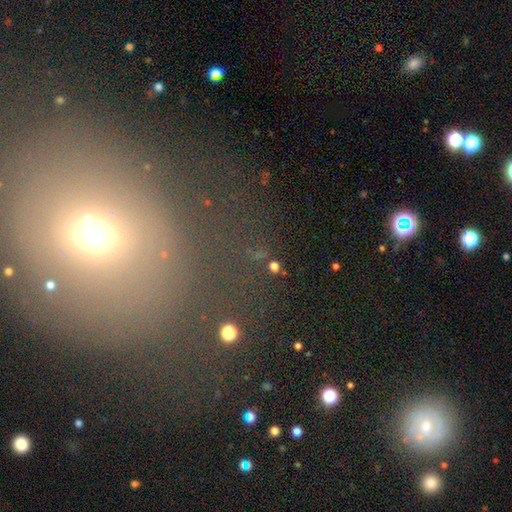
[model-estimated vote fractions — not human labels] Smooth or featured: star or artifact — 48% (smooth — 36%)